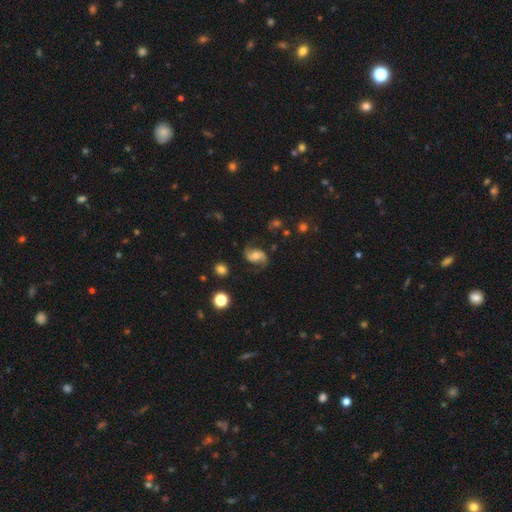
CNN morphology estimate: Smooth or featured?
  - featured or disk: 85% *
  - smooth: 8%
  - star or artifact: 7%
Edge-on disk?
  - no: 98% *
  - yes: 2%
Bar?
  - no: 50% *
  - weak: 39%
  - strong: 12%
Spiral arms?
  - yes: 97% *
  - no: 3%
Spiral winding?
  - loose: 55% *
  - medium: 36%
  - tight: 9%
Spiral arm count?
  - 2: 94% *
  - can't tell: 2%
  - 1: 1%
  - 3: 1%
  - 4: 1%
  - more than 4: 1%
Bulge size?
  - moderate: 57% *
  - small: 25%
  - large: 11%
  - none: 5%
  - dominant: 2%
Merging?
  - none: 80% *
  - minor disturbance: 13%
  - major disturbance: 5%
  - merger: 2%